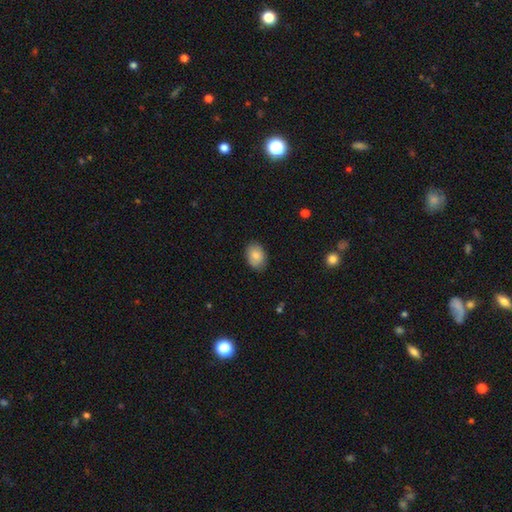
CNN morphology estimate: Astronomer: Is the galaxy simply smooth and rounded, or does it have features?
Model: smooth — 83%.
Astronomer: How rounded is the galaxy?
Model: in between — 81%.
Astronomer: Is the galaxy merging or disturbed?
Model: none — 83%.